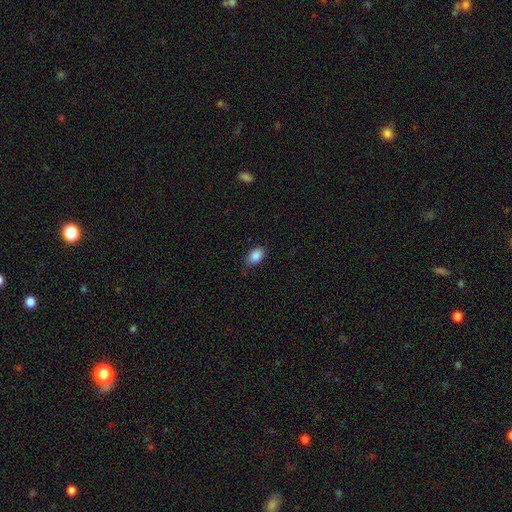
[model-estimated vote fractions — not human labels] The model was most divided on "merging": none: 78%, minor disturbance: 18%, major disturbance: 3%, merger: 1%. More confident: smooth or featured — smooth (88%); how rounded — in between (82%).